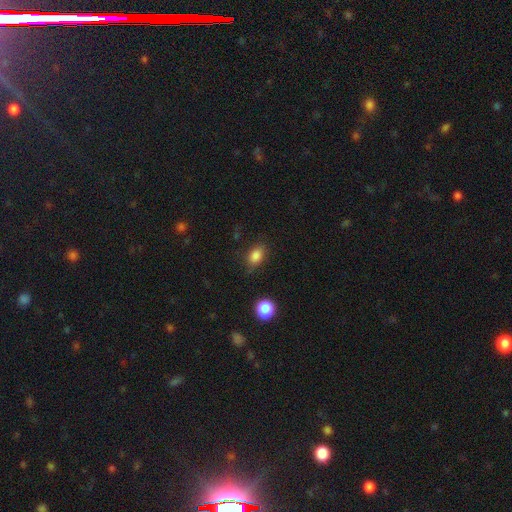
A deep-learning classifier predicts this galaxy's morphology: Q: Smooth or featured?
A: smooth (84%); runner-up: star or artifact (11%)
Q: How rounded?
A: in between (73%); runner-up: round (26%)
Q: Merging?
A: none (77%); runner-up: minor disturbance (16%)